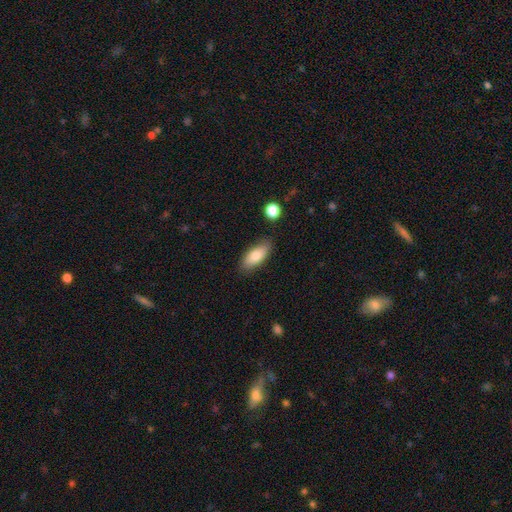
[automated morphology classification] The model was most divided on "how rounded": in between: 82%, cigar-shaped: 16%, round: 2%. More confident: smooth or featured — smooth (81%); merging — none (80%).